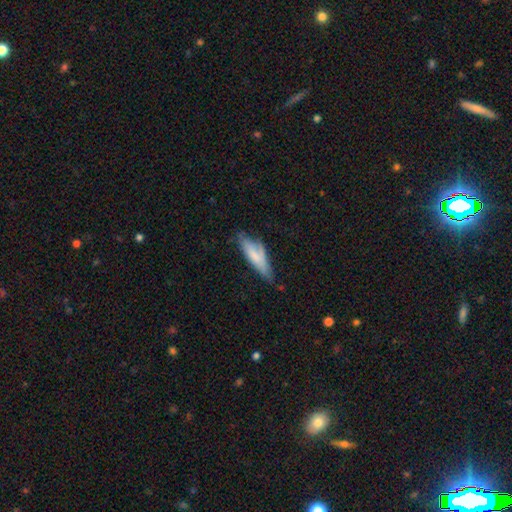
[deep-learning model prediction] A smooth galaxy with no disk features (65%) that is cigar-shaped (57%). Merging: none (49%).